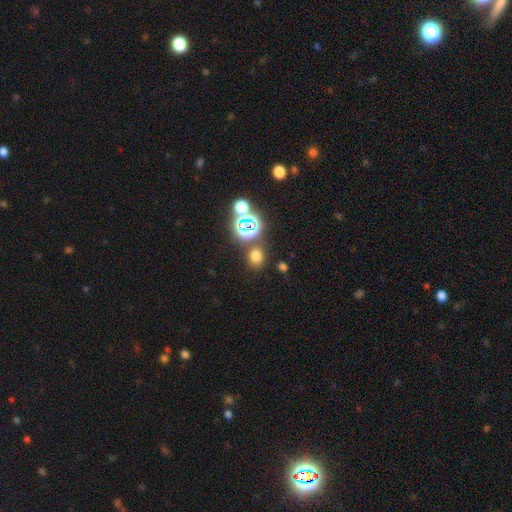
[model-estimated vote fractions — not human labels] Smooth or featured?
  - smooth: 65% *
  - star or artifact: 29%
  - featured or disk: 6%
How rounded?
  - round: 62% *
  - in between: 37%
  - cigar-shaped: 1%
Merging?
  - none: 78% *
  - minor disturbance: 9%
  - merger: 9%
  - major disturbance: 4%